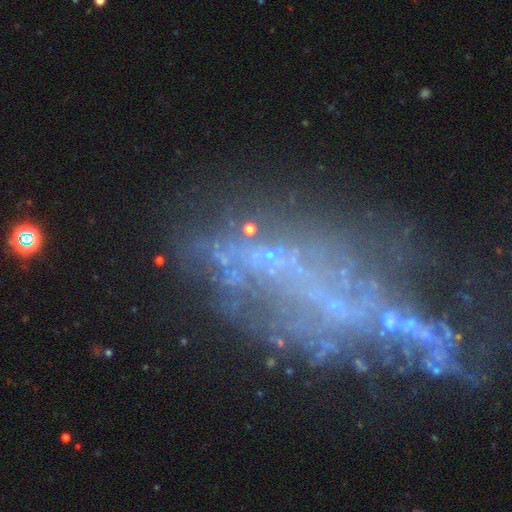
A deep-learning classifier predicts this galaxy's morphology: Smooth or featured? Predicted: featured or disk (p=0.48). Merging? Predicted: none (p=0.50).